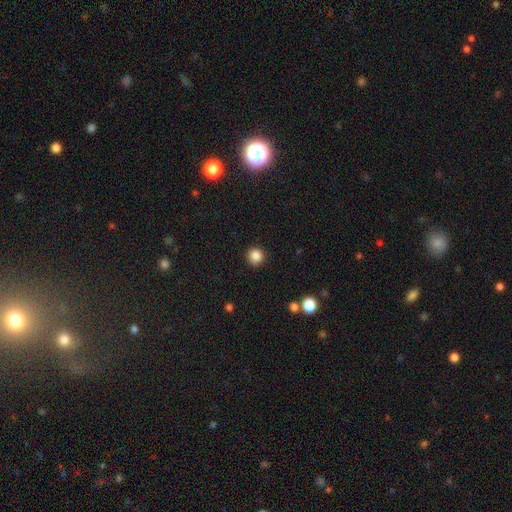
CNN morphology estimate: Q: Smooth or featured?
A: smooth (86%); runner-up: star or artifact (11%)
Q: How rounded?
A: round (92%); runner-up: in between (7%)
Q: Merging?
A: none (90%); runner-up: minor disturbance (7%)